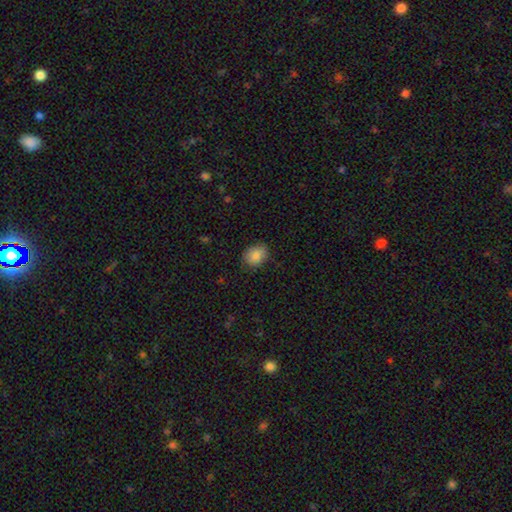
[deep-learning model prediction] Overall: smooth (86%). How rounded: in between (56%; round 43%). Merging: none (79%).